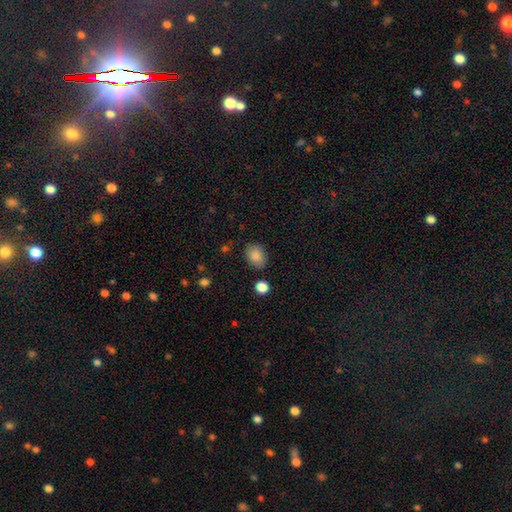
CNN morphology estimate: Q: Smooth or featured?
A: smooth (87%); runner-up: star or artifact (8%)
Q: How rounded?
A: in between (68%); runner-up: round (31%)
Q: Merging?
A: none (81%); runner-up: minor disturbance (13%)